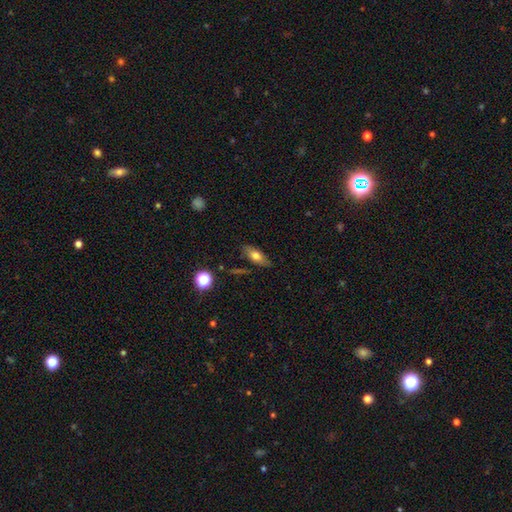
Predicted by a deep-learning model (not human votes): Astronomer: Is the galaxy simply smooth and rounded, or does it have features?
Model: smooth — 68%.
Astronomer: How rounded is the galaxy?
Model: in between — 76%.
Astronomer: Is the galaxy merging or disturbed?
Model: none — 81%.